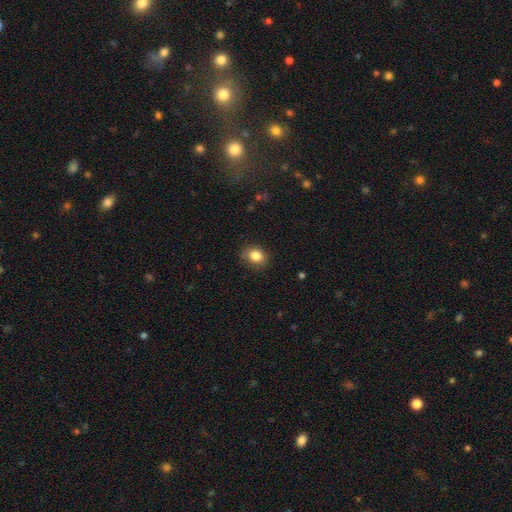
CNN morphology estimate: type=smooth (85%); roundness=in between (52%); merging=none (85%).